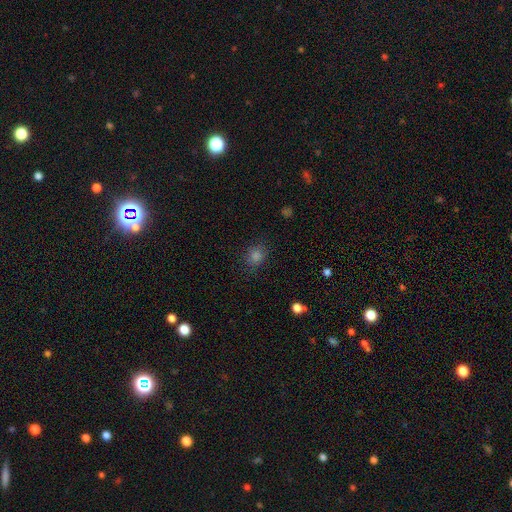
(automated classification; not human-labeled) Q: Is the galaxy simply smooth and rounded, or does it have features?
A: smooth — 73%.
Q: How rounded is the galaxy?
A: round — 70%.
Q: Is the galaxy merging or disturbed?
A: none — 84%.